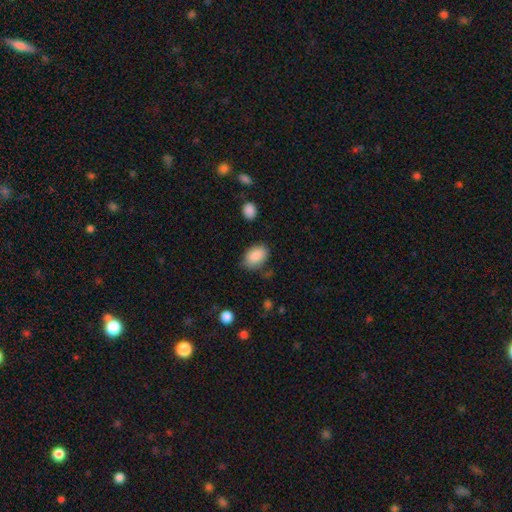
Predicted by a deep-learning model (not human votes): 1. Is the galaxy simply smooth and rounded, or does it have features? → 88% smooth, 7% star or artifact, 5% featured or disk.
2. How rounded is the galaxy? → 85% in between, 14% round, 1% cigar-shaped.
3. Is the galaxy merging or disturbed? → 75% none, 18% minor disturbance, 4% major disturbance, 3% merger.